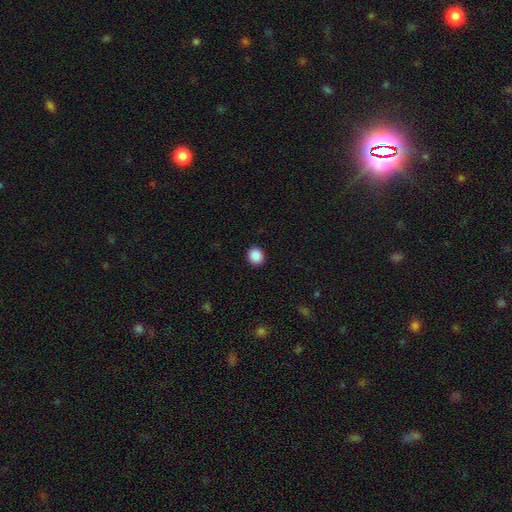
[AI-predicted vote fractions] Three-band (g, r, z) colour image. It shows a smooth galaxy with no disk features (89%) that is round (79%). Merging: none (92%).